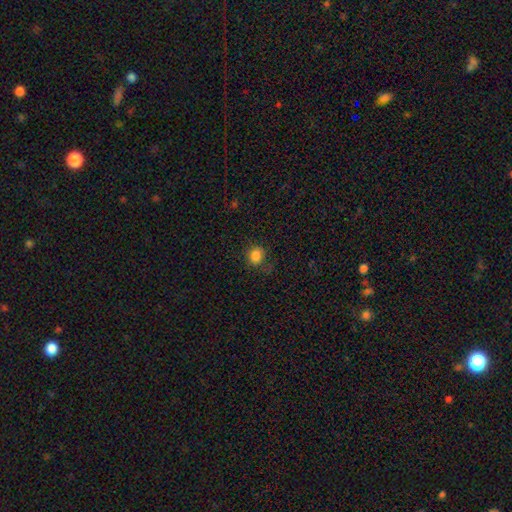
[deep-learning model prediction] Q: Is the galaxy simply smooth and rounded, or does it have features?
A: smooth — 83%.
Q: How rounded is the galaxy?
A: round — 76%.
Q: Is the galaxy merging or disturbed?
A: none — 76%.